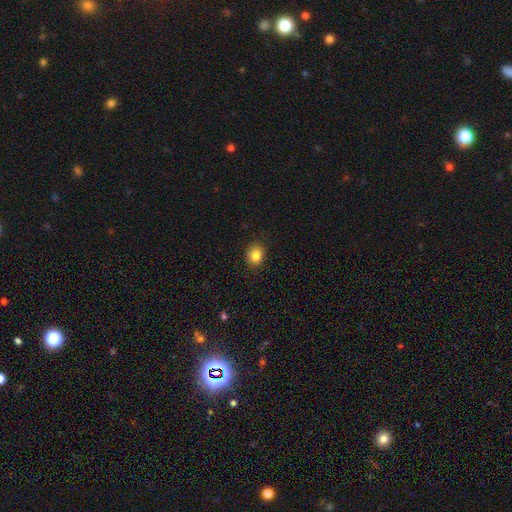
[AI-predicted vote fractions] A smooth galaxy with no disk features (83%) that is round (64%). Merging: none (87%).